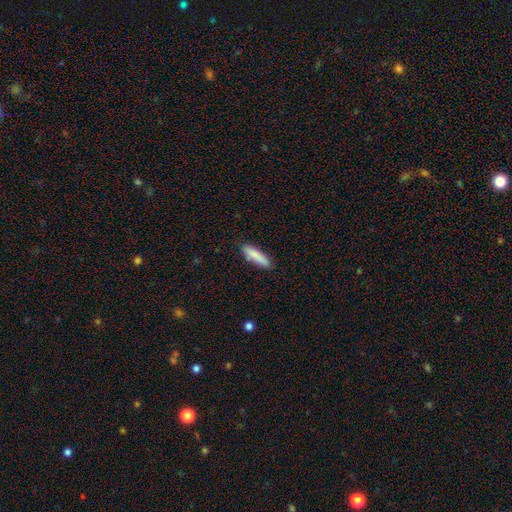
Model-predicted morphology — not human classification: A smooth galaxy with no disk features (86%) that is cigar-shaped (71%). Merging: none (84%).